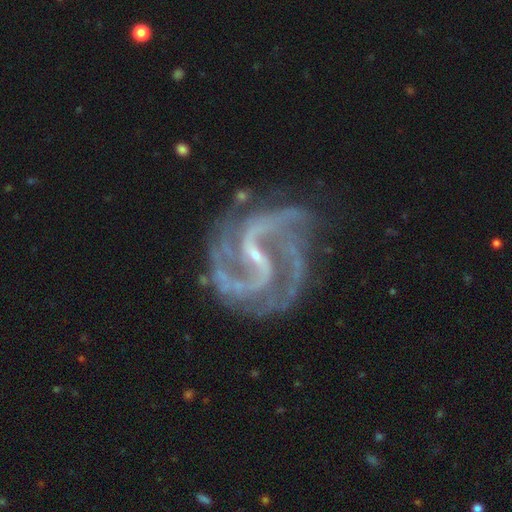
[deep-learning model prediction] The model was most divided on "bar": weak: 43%, strong: 41%, no: 17%. More confident: spiral arms — yes (99%); edge-on disk — no (98%); smooth or featured — featured or disk (93%); bulge size — small (79%); spiral arm count — 2 (72%); merging — none (67%); spiral winding — medium (60%).